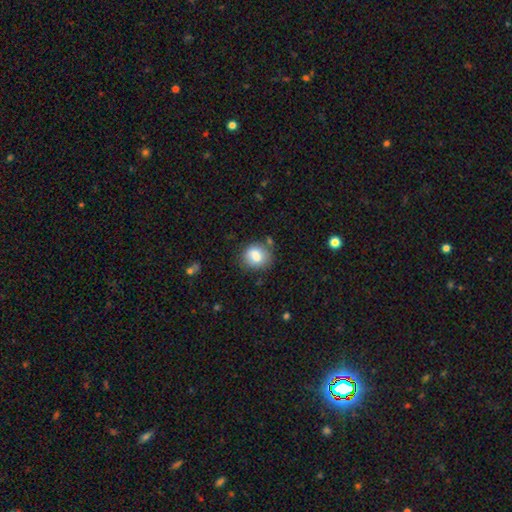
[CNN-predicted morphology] type=smooth (80%); roundness=round (71%); merging=none (70%).